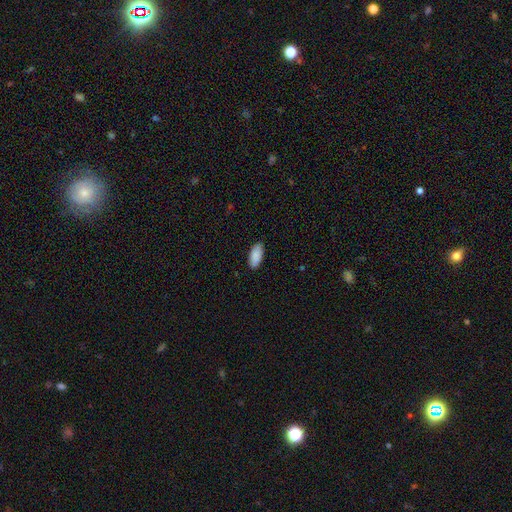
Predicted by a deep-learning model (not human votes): Smooth or featured? smooth (89%)
How rounded? in between (89%)
Merging? none (89%)